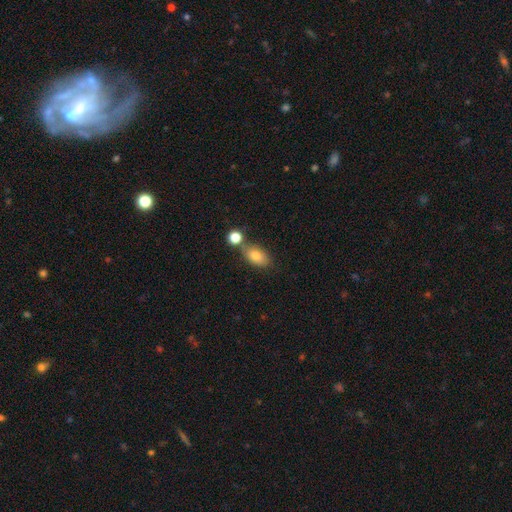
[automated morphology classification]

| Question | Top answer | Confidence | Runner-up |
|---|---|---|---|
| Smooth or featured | smooth | 80% | featured or disk (12%) |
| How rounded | in between | 87% | round (10%) |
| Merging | none | 59% | merger (22%) |